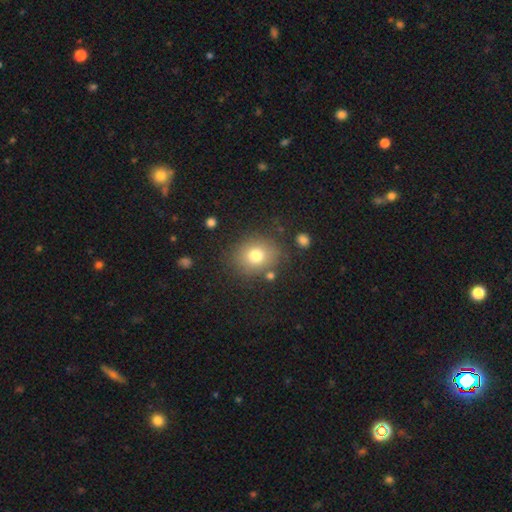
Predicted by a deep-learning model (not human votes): Smooth or featured?
  - smooth: 76% *
  - star or artifact: 13%
  - featured or disk: 11%
How rounded?
  - round: 71% *
  - in between: 28%
  - cigar-shaped: 1%
Merging?
  - none: 81% *
  - minor disturbance: 11%
  - major disturbance: 4%
  - merger: 4%